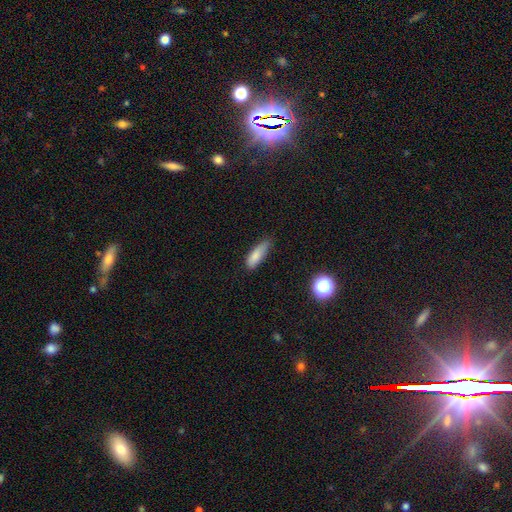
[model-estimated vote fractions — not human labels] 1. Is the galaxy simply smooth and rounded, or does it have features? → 83% smooth, 9% featured or disk, 9% star or artifact.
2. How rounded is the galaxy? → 56% in between, 41% cigar-shaped, 3% round.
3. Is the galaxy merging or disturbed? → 55% none, 36% minor disturbance, 7% major disturbance, 2% merger.